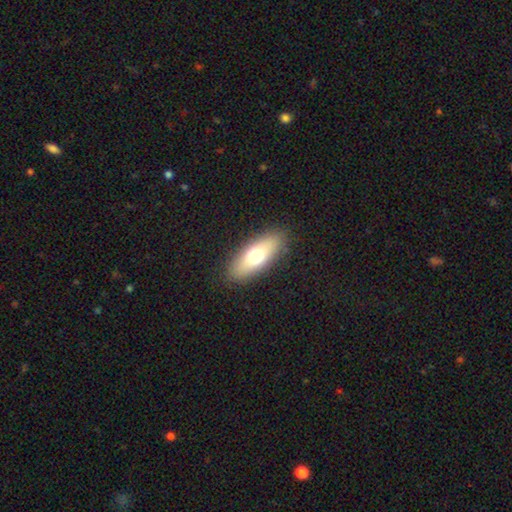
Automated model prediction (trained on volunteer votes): A smooth galaxy with no disk features (66%) that is in between round and cigar-shaped (72%).

Vote fractions:
- Smooth or featured? smooth: 66% / featured or disk: 25% / star or artifact: 8%
- How rounded? in between: 72% / cigar-shaped: 23% / round: 4%
- Merging? none: 87% / minor disturbance: 9% / major disturbance: 3% / merger: 1%